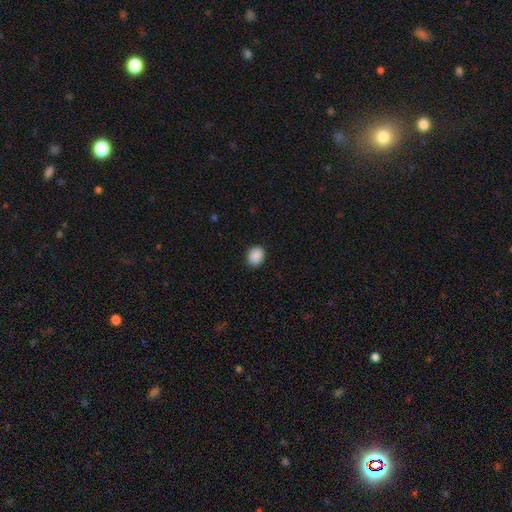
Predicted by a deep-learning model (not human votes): smooth-or-featured: smooth: 90% | star or artifact: 8% | featured or disk: 2%
  how-rounded: round: 64% | in between: 35% | cigar-shaped: 1%
  merging: none: 90% | minor disturbance: 7% | major disturbance: 2% | merger: 1%